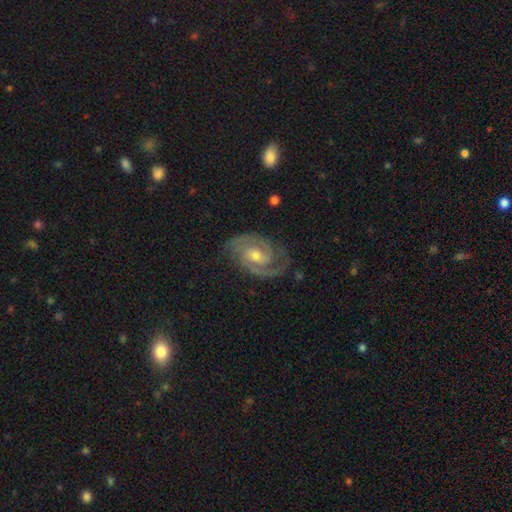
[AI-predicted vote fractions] featured or disk 90%, smooth 5%, star or artifact 5%. Down the decision tree: edge-on disk — no (97%); bar — weak (47%); spiral arms — yes (98%); spiral arm count — 2 (85%); spiral winding — tight (52%); bulge size — moderate (57%); merging — none (79%).